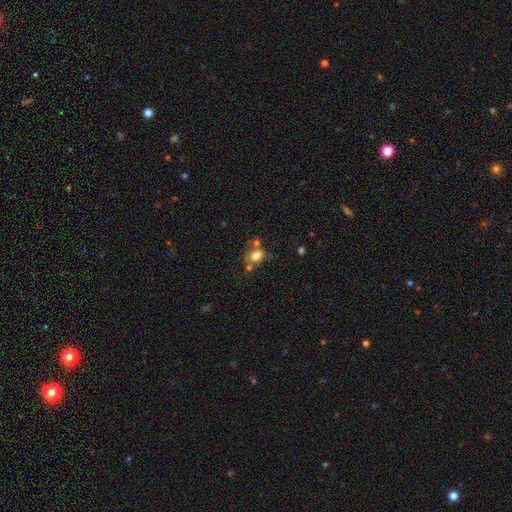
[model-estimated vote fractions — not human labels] A smooth galaxy with no disk features (76%) that is in between round and cigar-shaped (59%). Merging: none (48%).